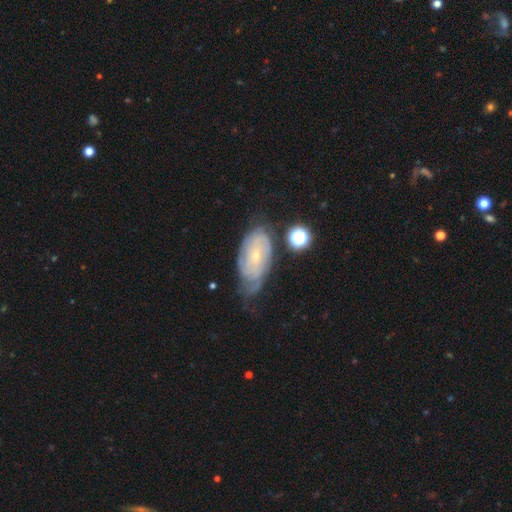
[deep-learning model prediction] This is likely a featured or disk galaxy (77%). It is clearly not viewed edge-on (94%). Bar: likely no (72%). Spiral arm pattern: clearly yes (92%). Spiral arm count: possibly can't tell (48%). Spiral winding: likely tight (72%). Central bulge: likely small (79%). Merging: possibly none (52%).